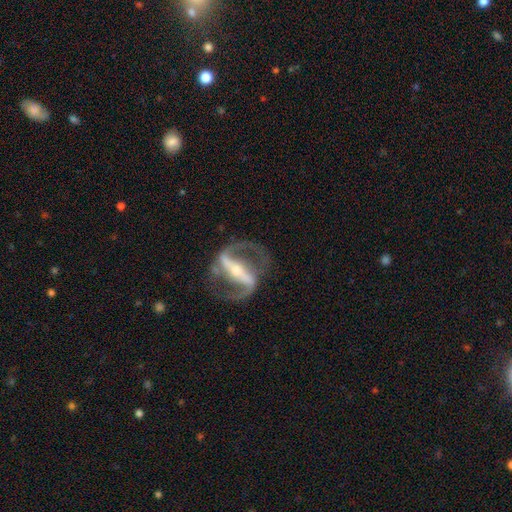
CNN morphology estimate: This is clearly a featured or disk galaxy (92%). It is clearly not viewed edge-on (93%). Bar: clearly strong (81%). Spiral arm pattern: clearly yes (95%). Spiral arm count: clearly 2 (93%). Spiral winding: possibly medium (54%). Central bulge: likely small (62%). Merging: likely none (77%).